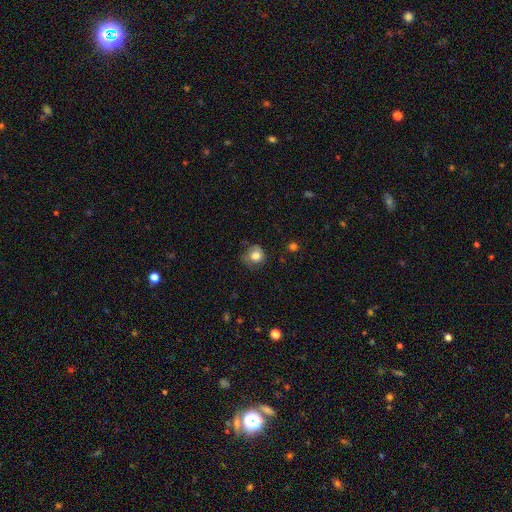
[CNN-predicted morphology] Smooth or featured: smooth — 73% (featured or disk — 18%)
How rounded: round — 79% (in between — 20%)
Merging: none — 57% (minor disturbance — 28%)